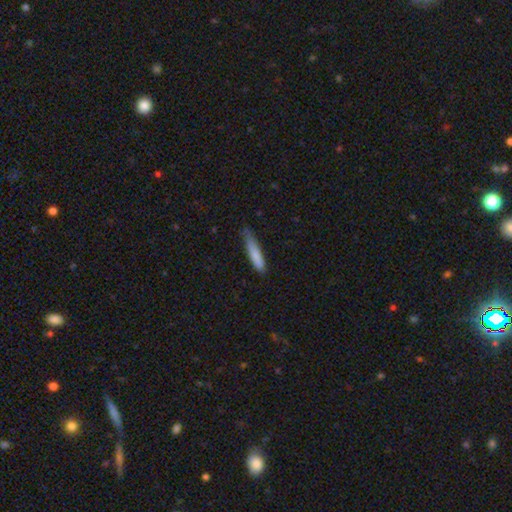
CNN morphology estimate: A smooth galaxy with no disk features (82%) that is cigar-shaped (86%). Merging: none (54%).